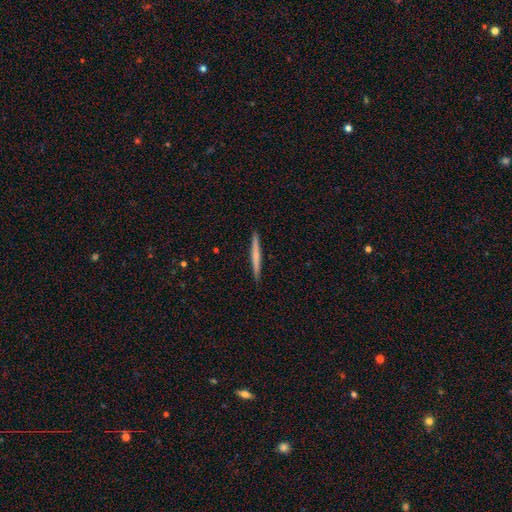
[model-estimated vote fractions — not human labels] This is possibly a smooth galaxy (60%). How rounded: clearly cigar-shaped (97%). Merging: clearly none (92%).